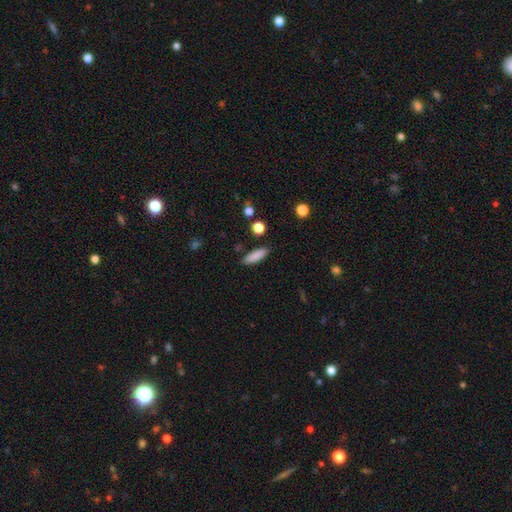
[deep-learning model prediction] Morphology: type=smooth (86%); roundness=cigar-shaped (58%); merging=none (86%).